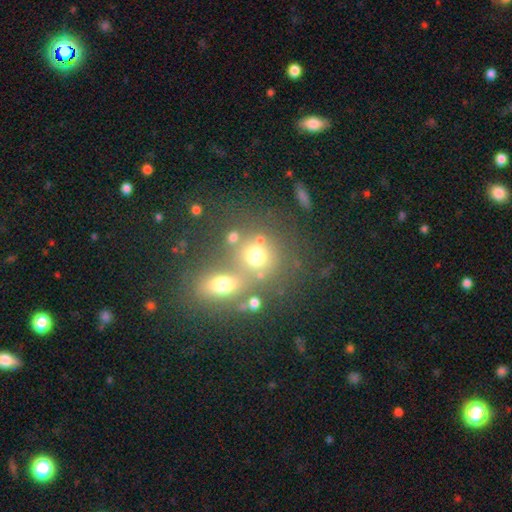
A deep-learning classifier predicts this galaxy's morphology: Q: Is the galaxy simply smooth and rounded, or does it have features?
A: smooth — 68%.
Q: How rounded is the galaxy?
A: round — 77%.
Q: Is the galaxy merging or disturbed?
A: none — 47%.